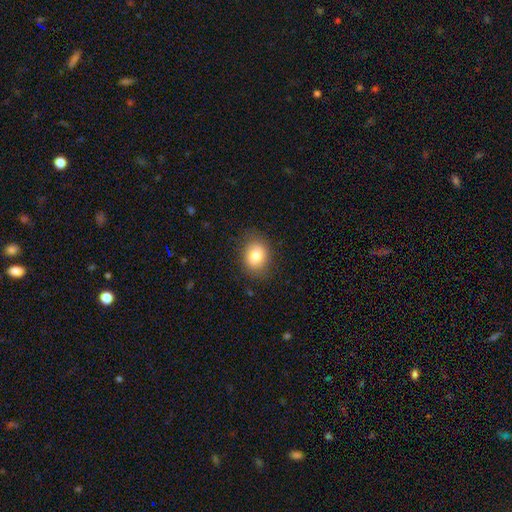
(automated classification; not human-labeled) Q: Smooth or featured?
A: smooth (81%); runner-up: featured or disk (10%)
Q: How rounded?
A: round (51%); runner-up: in between (48%)
Q: Merging?
A: none (81%); runner-up: minor disturbance (13%)